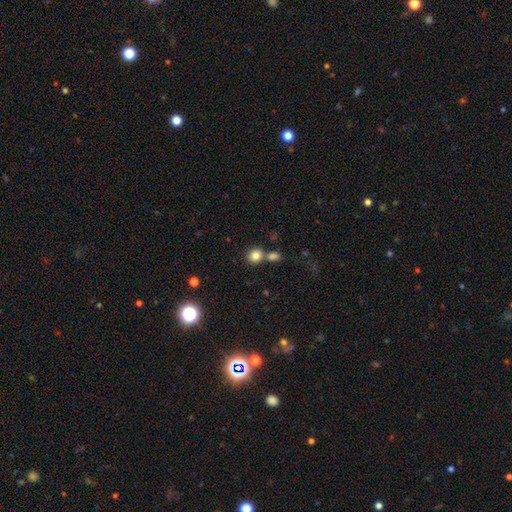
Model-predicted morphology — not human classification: Smooth or featured?
  - smooth: 83% *
  - star or artifact: 11%
  - featured or disk: 6%
How rounded?
  - round: 79% *
  - in between: 20%
  - cigar-shaped: 1%
Merging?
  - none: 62% *
  - merger: 26%
  - minor disturbance: 9%
  - major disturbance: 3%